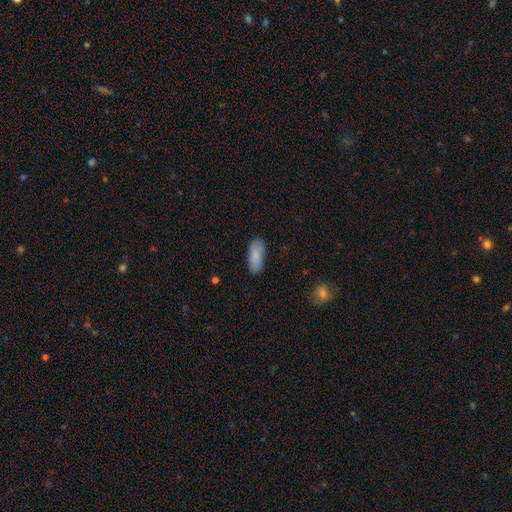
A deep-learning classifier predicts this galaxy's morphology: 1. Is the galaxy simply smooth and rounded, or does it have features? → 86% smooth, 8% featured or disk, 6% star or artifact.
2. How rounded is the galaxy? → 80% in between, 18% cigar-shaped, 2% round.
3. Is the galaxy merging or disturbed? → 83% none, 13% minor disturbance, 3% major disturbance, 1% merger.